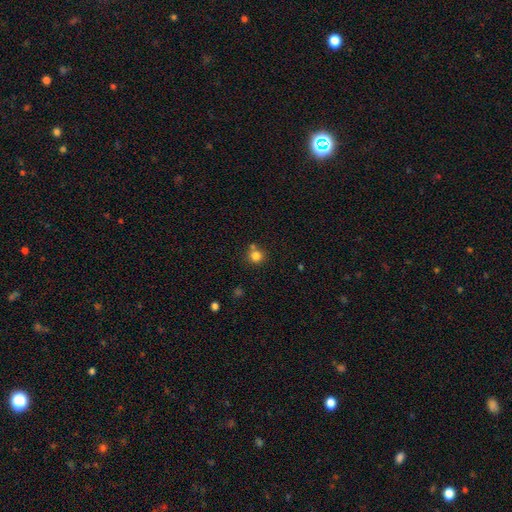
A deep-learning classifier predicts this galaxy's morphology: Q: Smooth or featured?
A: smooth (81%); runner-up: star or artifact (13%)
Q: How rounded?
A: round (91%); runner-up: in between (8%)
Q: Merging?
A: none (66%); runner-up: merger (21%)